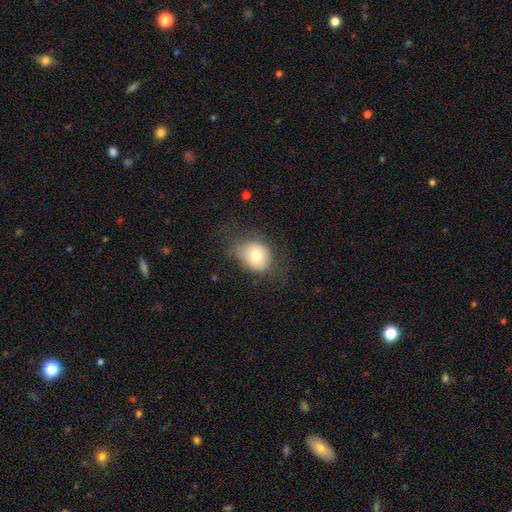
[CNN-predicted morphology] A smooth galaxy with no disk features (72%) that is round (51%). Merging: none (56%).